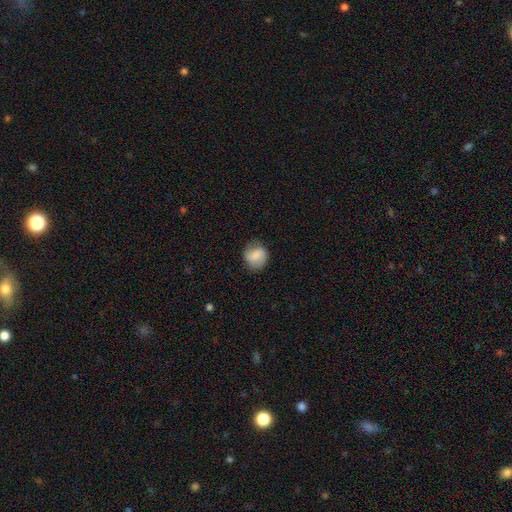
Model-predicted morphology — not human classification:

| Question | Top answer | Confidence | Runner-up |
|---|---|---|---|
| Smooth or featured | smooth | 66% | featured or disk (26%) |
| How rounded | round | 76% | in between (23%) |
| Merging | none | 75% | minor disturbance (18%) |